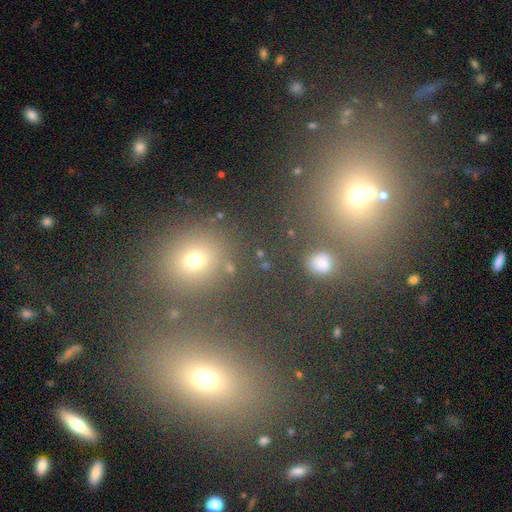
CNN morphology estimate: smooth-or-featured: smooth: 58% | star or artifact: 31% | featured or disk: 10%
  how-rounded: round: 66% | in between: 32% | cigar-shaped: 2%
  merging: none: 74% | merger: 14% | minor disturbance: 8% | major disturbance: 4%